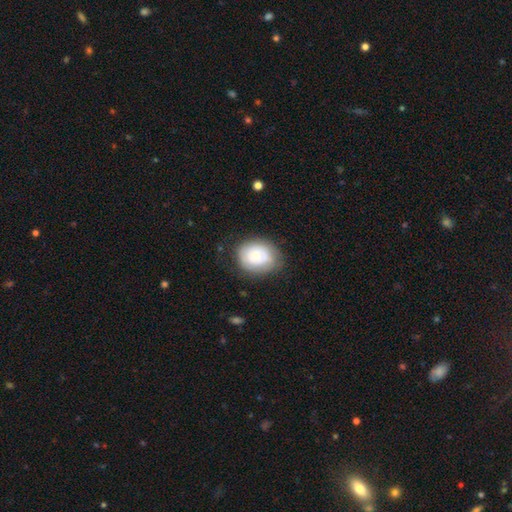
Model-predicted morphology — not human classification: Smooth or featured? smooth (55%)
How rounded? round (56%)
Merging? none (73%)